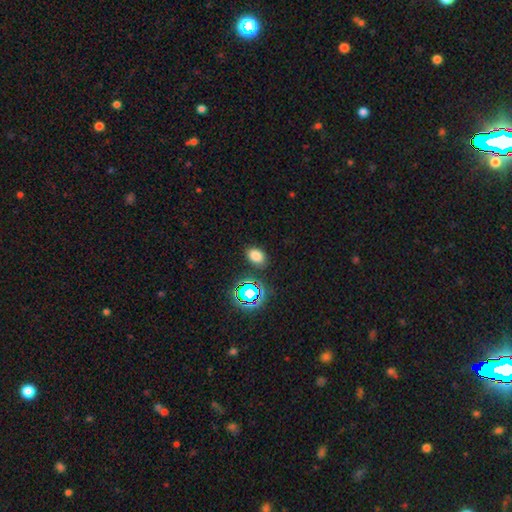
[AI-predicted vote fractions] Smooth or featured?
  - smooth: 74% *
  - star or artifact: 20%
  - featured or disk: 6%
How rounded?
  - in between: 77% *
  - round: 22%
  - cigar-shaped: 1%
Merging?
  - none: 84% *
  - minor disturbance: 10%
  - major disturbance: 3%
  - merger: 3%